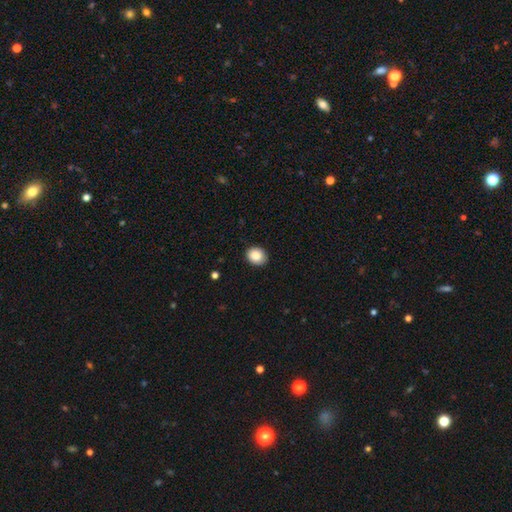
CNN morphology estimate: Q: Smooth or featured?
A: smooth (86%); runner-up: star or artifact (9%)
Q: How rounded?
A: round (62%); runner-up: in between (38%)
Q: Merging?
A: none (90%); runner-up: minor disturbance (8%)